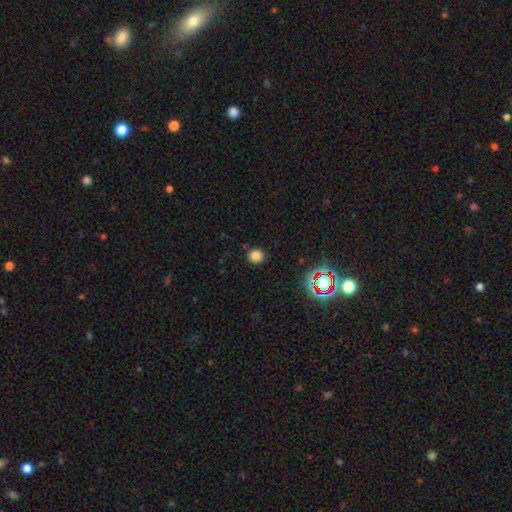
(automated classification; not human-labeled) The model was most divided on "smooth or featured": smooth: 80%, star or artifact: 15%, featured or disk: 5%. More confident: how rounded — round (88%); merging — none (88%).